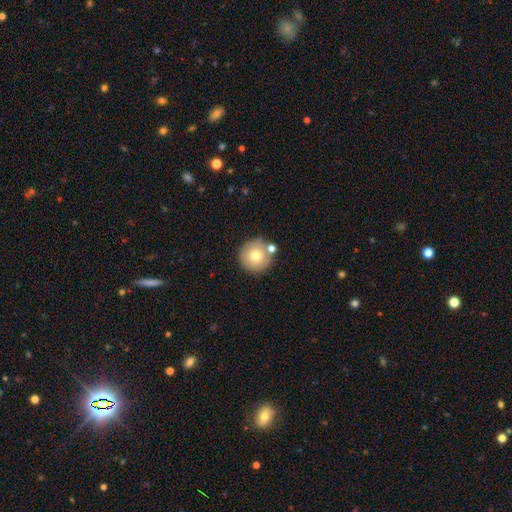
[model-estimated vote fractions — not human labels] Smooth or featured?
  - smooth: 75% *
  - featured or disk: 17%
  - star or artifact: 9%
How rounded?
  - round: 95% *
  - in between: 4%
  - cigar-shaped: 1%
Merging?
  - none: 71% *
  - merger: 14%
  - minor disturbance: 11%
  - major disturbance: 3%